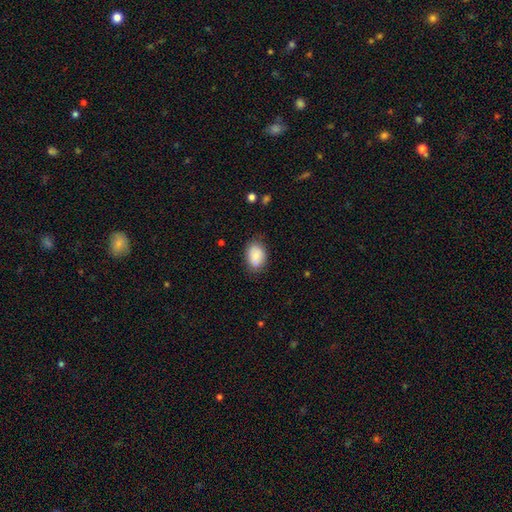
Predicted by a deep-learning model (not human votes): smooth-or-featured: smooth: 76% | featured or disk: 16% | star or artifact: 8%
  how-rounded: in between: 76% | round: 23% | cigar-shaped: 1%
  merging: none: 73% | minor disturbance: 20% | major disturbance: 4% | merger: 3%